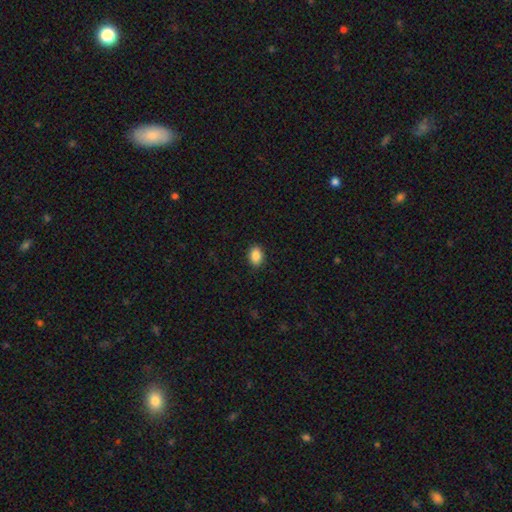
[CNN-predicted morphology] This is clearly a smooth galaxy (88%). How rounded: likely in between (80%). Merging: clearly none (90%).